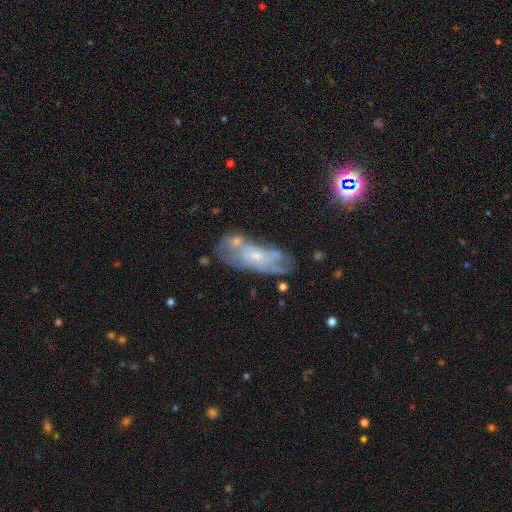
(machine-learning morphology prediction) This is likely a featured or disk galaxy (60%). It is clearly not viewed edge-on (86%). Bar: likely no (77%). Spiral arm pattern: possibly yes (58%). Central bulge: likely small (68%). Merging: possibly none (46%).